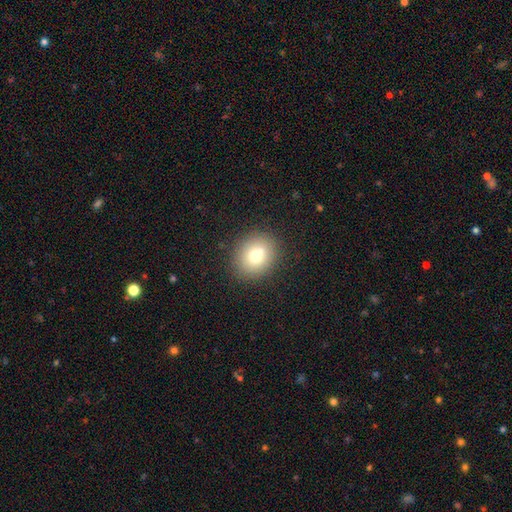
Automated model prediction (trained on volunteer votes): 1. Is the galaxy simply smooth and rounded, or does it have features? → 73% smooth, 14% featured or disk, 13% star or artifact.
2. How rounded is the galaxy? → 68% round, 31% in between, 1% cigar-shaped.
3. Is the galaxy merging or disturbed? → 83% none, 9% minor disturbance, 4% merger, 3% major disturbance.